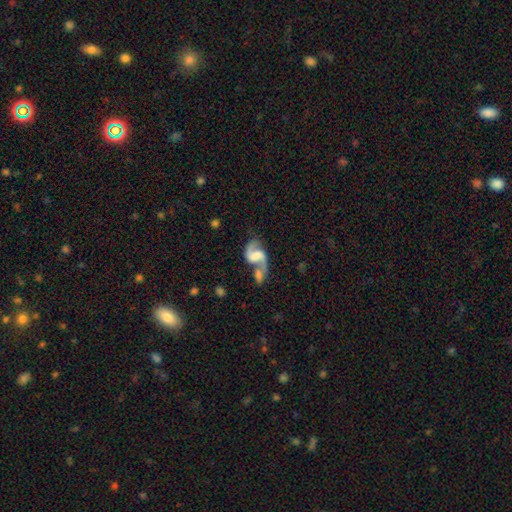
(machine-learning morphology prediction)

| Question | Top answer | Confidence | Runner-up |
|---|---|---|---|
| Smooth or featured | featured or disk | 82% | smooth (12%) |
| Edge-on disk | no | 97% | yes (3%) |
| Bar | weak | 47% | no (30%) |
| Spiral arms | yes | 94% | no (6%) |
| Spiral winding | loose | 59% | medium (34%) |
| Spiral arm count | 2 | 89% | 1 (6%) |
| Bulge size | none | 33% | moderate (27%) |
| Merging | merger | 44% | none (33%) |